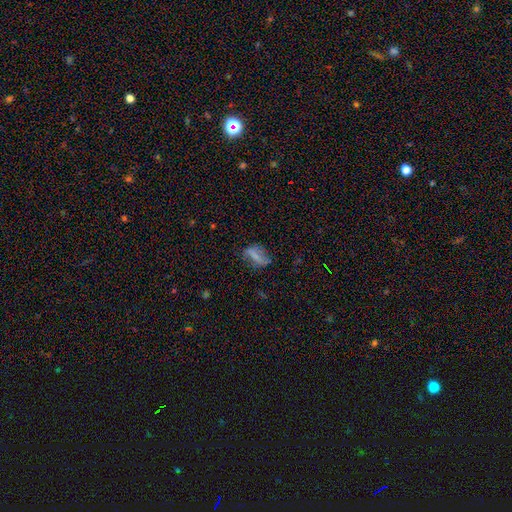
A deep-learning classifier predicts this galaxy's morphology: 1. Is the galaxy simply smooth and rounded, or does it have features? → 57% smooth, 31% featured or disk, 12% star or artifact.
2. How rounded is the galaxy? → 78% in between, 12% cigar-shaped, 10% round.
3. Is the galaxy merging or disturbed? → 59% none, 25% minor disturbance, 13% major disturbance, 3% merger.